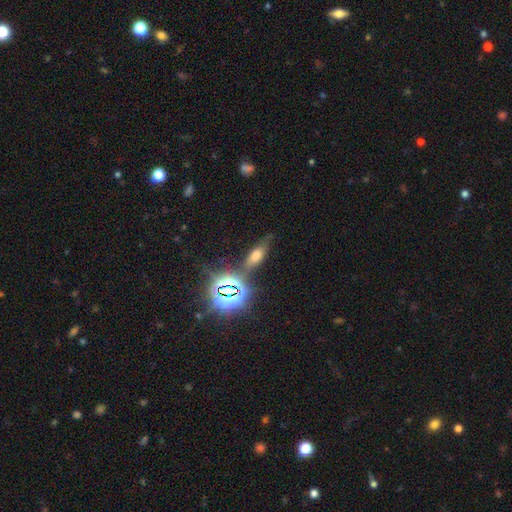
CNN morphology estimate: Overall: smooth (46%; star or artifact 33%). Merging: none (67%).